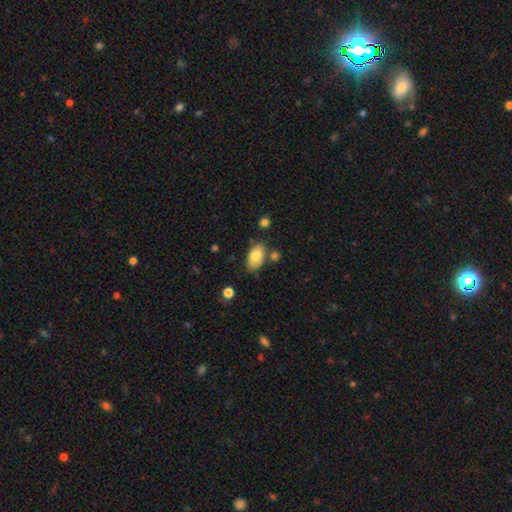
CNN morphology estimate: A smooth galaxy with no disk features (81%) that is in between round and cigar-shaped (93%).

Vote fractions:
- Smooth or featured? smooth: 81% / featured or disk: 12% / star or artifact: 7%
- How rounded? in between: 93% / round: 4% / cigar-shaped: 2%
- Merging? none: 70% / minor disturbance: 17% / merger: 9% / major disturbance: 4%